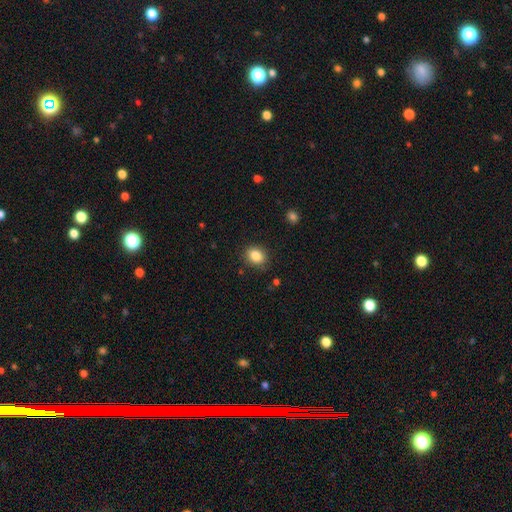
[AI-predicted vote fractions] The model was most divided on "how rounded": in between: 50%, round: 49%, cigar-shaped: 1%. More confident: smooth or featured — smooth (86%); merging — none (86%).